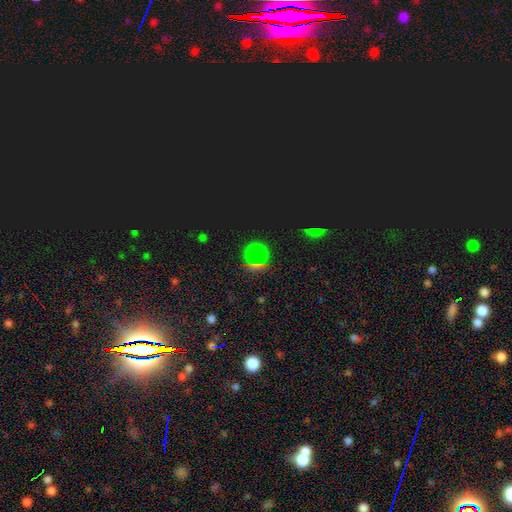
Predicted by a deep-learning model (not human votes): smooth-or-featured: smooth: 71% | star or artifact: 23% | featured or disk: 6%
  how-rounded: round: 91% | in between: 7% | cigar-shaped: 2%
  merging: none: 74% | merger: 11% | minor disturbance: 11% | major disturbance: 5%